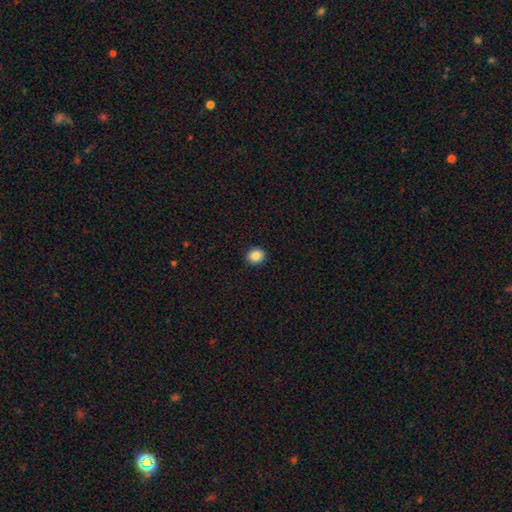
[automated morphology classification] Smooth or featured?
  - smooth: 87% *
  - star or artifact: 9%
  - featured or disk: 4%
How rounded?
  - round: 72% *
  - in between: 27%
  - cigar-shaped: 1%
Merging?
  - none: 92% *
  - minor disturbance: 6%
  - major disturbance: 2%
  - merger: 1%